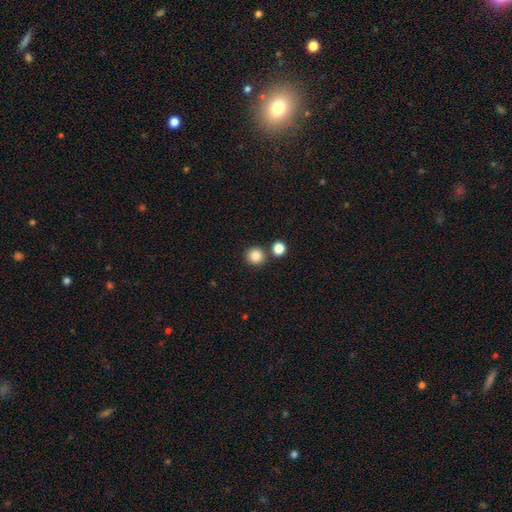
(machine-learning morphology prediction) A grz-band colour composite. It shows a smooth galaxy with no disk features (85%) that is round (93%). Merging: none (80%).